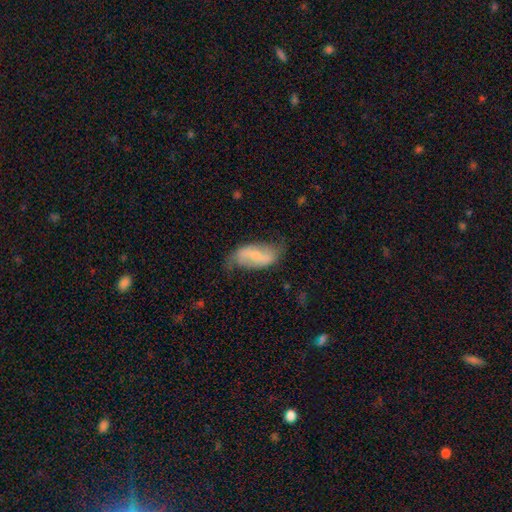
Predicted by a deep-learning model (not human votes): Q: Smooth or featured?
A: featured or disk (60%); runner-up: smooth (33%)
Q: Edge-on disk?
A: no (93%); runner-up: yes (7%)
Q: Bar?
A: strong (43%); runner-up: weak (38%)
Q: Spiral arms?
A: yes (82%); runner-up: no (18%)
Q: Bulge size?
A: small (55%); runner-up: moderate (26%)
Q: Merging?
A: none (60%); runner-up: minor disturbance (28%)